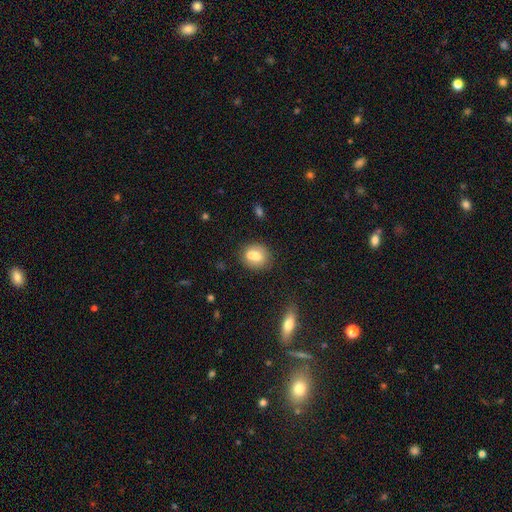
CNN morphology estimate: smooth_or_featured: smooth (p=0.69) [alt: featured or disk p=0.22]
how_rounded: round (p=0.64) [alt: in between p=0.35]
merging: none (p=0.52) [alt: merger p=0.33]